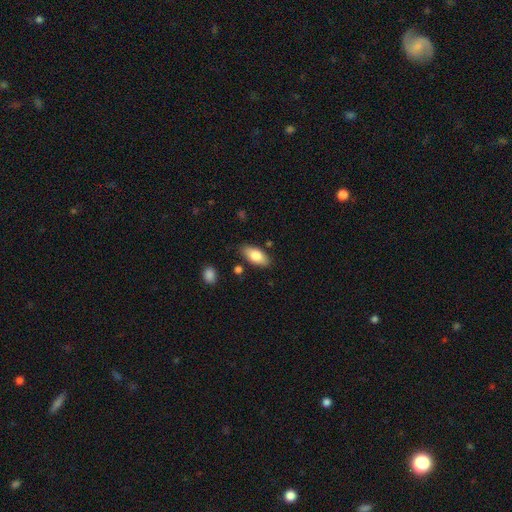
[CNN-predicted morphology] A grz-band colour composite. It shows a smooth galaxy with no disk features (81%) that is in between round and cigar-shaped (90%). Merging: none (83%).